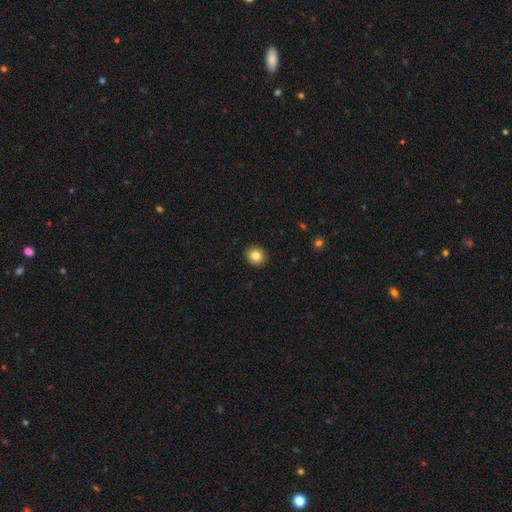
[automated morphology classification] smooth_or_featured: smooth (p=0.83) [alt: star or artifact p=0.10]
how_rounded: round (p=0.81) [alt: in between p=0.18]
merging: none (p=0.92) [alt: minor disturbance p=0.05]